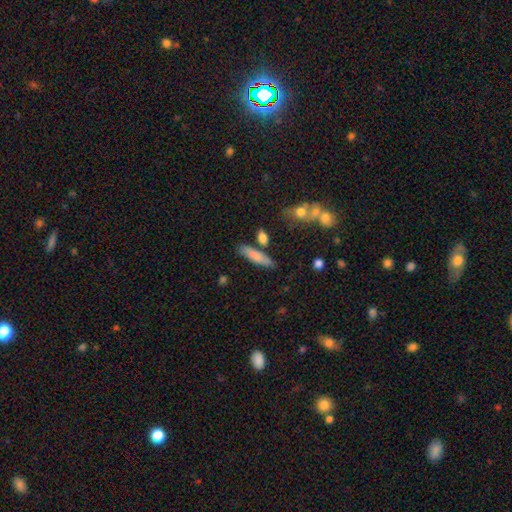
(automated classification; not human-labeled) Overall: smooth (79%). How rounded: cigar-shaped (71%). Merging: none (76%).